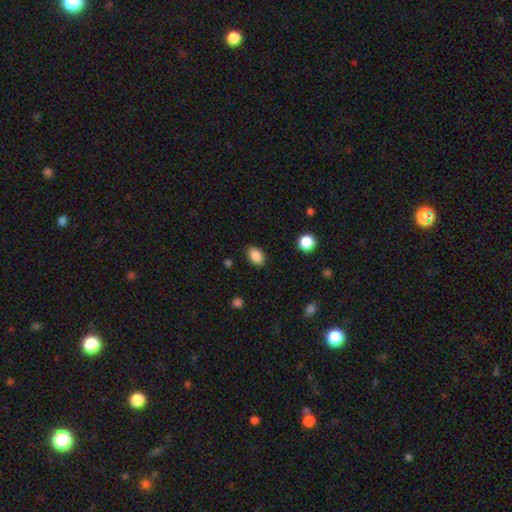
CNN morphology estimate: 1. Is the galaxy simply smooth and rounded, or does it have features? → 87% smooth, 9% star or artifact, 4% featured or disk.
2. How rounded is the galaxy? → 82% in between, 17% round, 1% cigar-shaped.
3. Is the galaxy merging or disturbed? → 86% none, 10% minor disturbance, 3% major disturbance, 1% merger.